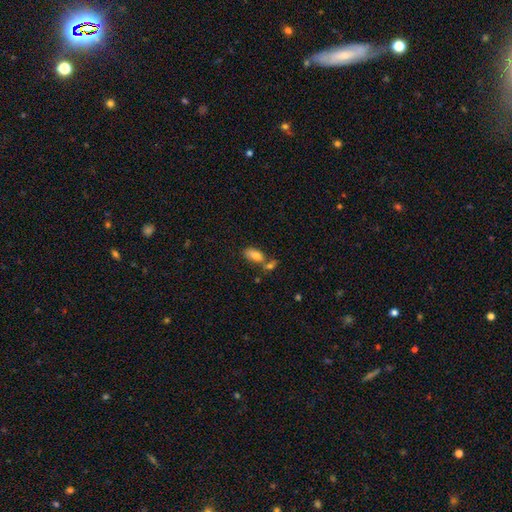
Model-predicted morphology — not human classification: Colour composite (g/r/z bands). It shows a smooth galaxy with no disk features (80%) that is in between round and cigar-shaped (88%). Merging: none (41%).